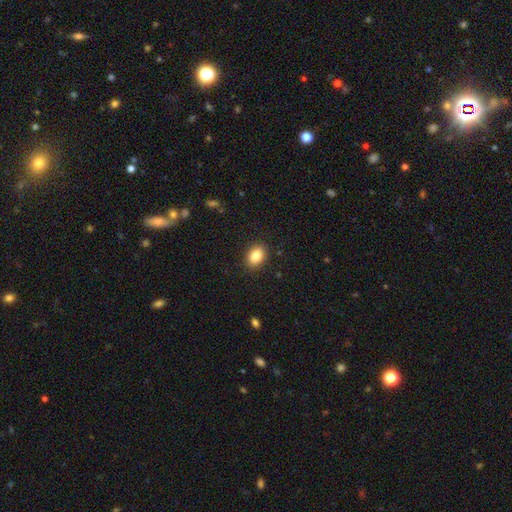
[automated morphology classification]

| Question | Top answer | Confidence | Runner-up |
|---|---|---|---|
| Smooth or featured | smooth | 85% | star or artifact (8%) |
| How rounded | in between | 75% | round (24%) |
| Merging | none | 89% | minor disturbance (8%) |